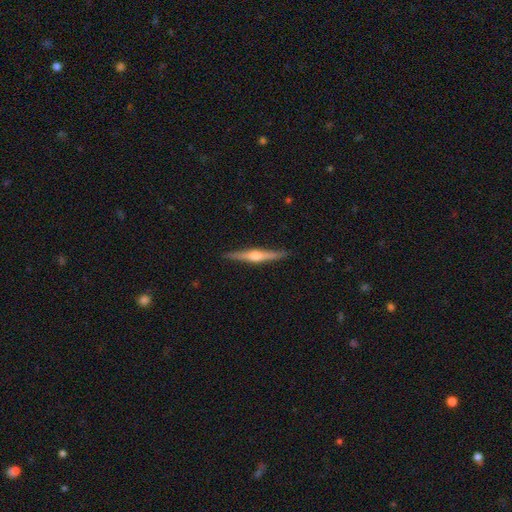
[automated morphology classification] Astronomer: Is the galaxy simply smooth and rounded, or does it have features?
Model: featured or disk — 76%.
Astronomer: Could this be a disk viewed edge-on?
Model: yes — 98%.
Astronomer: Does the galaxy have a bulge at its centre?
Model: rounded — 90%.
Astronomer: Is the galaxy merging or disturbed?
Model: none — 90%.